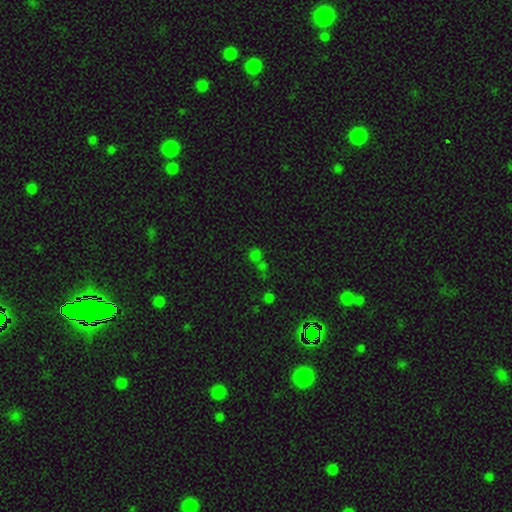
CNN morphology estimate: This appears to be a smooth galaxy with no disk features (52%) that is round (84%). Merging: none (50%).